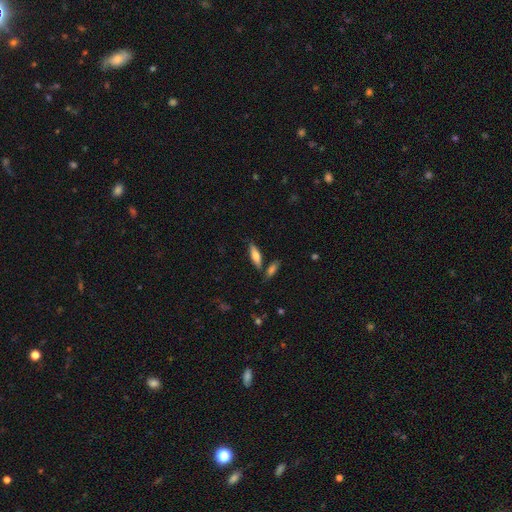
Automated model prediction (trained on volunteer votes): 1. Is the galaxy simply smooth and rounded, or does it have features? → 65% smooth, 28% featured or disk, 7% star or artifact.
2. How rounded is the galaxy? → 55% cigar-shaped, 43% in between, 2% round.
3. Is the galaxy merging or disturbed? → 76% none, 12% minor disturbance, 9% merger, 3% major disturbance.